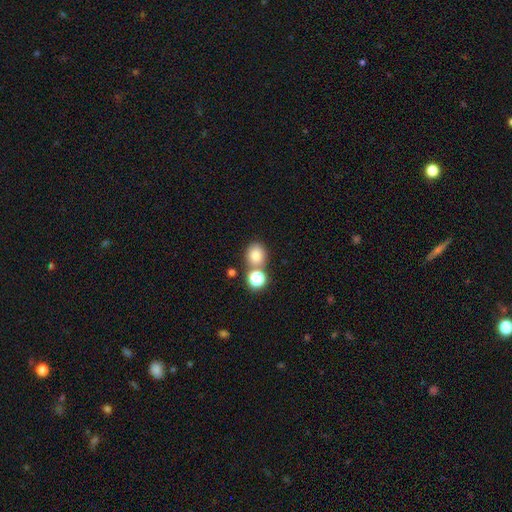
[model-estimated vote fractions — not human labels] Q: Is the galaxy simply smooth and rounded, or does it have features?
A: smooth — 78%.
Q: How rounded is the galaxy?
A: round — 74%.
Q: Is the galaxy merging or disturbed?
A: none — 65%.